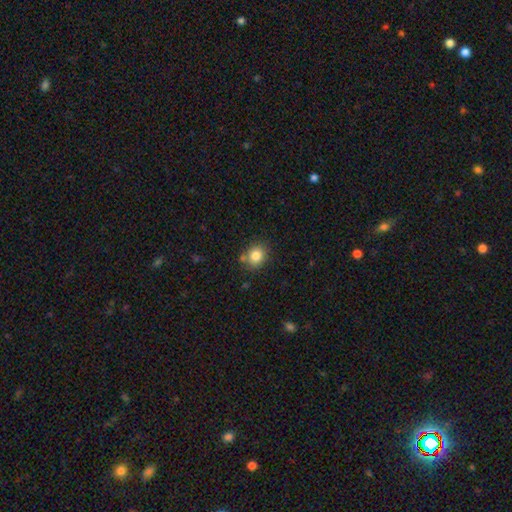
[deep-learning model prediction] smooth-or-featured: smooth: 83% | star or artifact: 10% | featured or disk: 7%
  how-rounded: round: 72% | in between: 27% | cigar-shaped: 1%
  merging: none: 76% | minor disturbance: 12% | merger: 8% | major disturbance: 3%